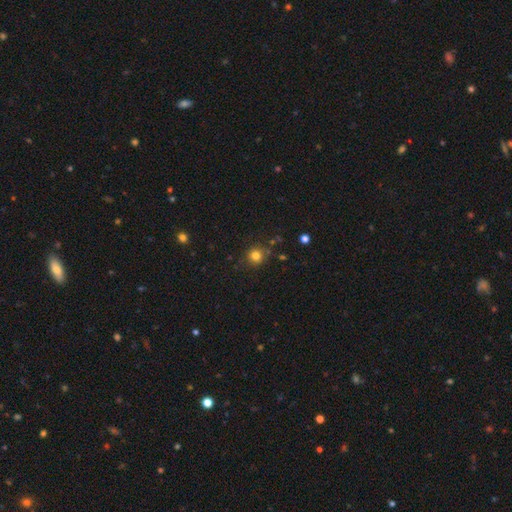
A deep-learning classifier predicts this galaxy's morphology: Smooth or featured?
  - smooth: 80% *
  - star or artifact: 14%
  - featured or disk: 6%
How rounded?
  - round: 91% *
  - in between: 9%
  - cigar-shaped: 1%
Merging?
  - none: 83% *
  - minor disturbance: 10%
  - merger: 4%
  - major disturbance: 3%